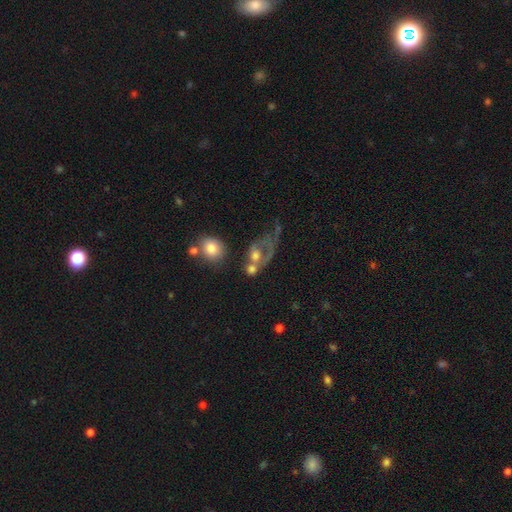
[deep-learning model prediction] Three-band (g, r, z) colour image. It shows a smooth galaxy with no disk features (47%). Merging: merger (38%).